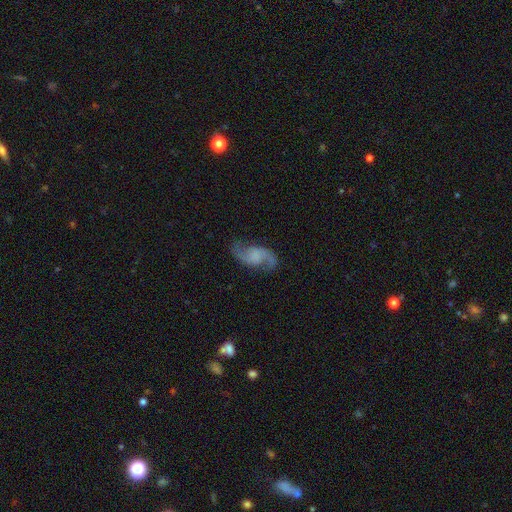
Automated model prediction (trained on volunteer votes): The model was most divided on "bar": no: 53%, weak: 39%, strong: 8%. More confident: edge-on disk — no (97%); spiral arms — yes (96%); spiral arm count — 2 (93%); smooth or featured — featured or disk (84%); merging — none (78%); spiral winding — loose (57%); bulge size — none (55%).